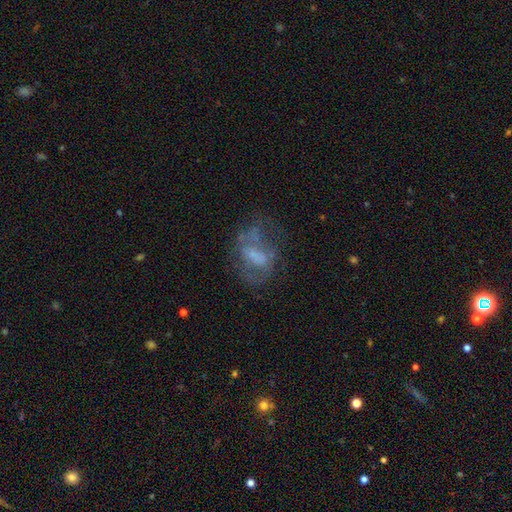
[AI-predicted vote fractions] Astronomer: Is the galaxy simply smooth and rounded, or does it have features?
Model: featured or disk — 55% (runner-up: smooth, 32%).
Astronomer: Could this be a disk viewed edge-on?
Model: no — 97%.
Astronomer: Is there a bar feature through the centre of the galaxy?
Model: no — 59%.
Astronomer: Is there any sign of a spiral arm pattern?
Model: no — 69%.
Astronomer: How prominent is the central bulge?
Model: none — 40% (runner-up: small, 31%).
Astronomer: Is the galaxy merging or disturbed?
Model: none — 39% (runner-up: major disturbance, 34%).